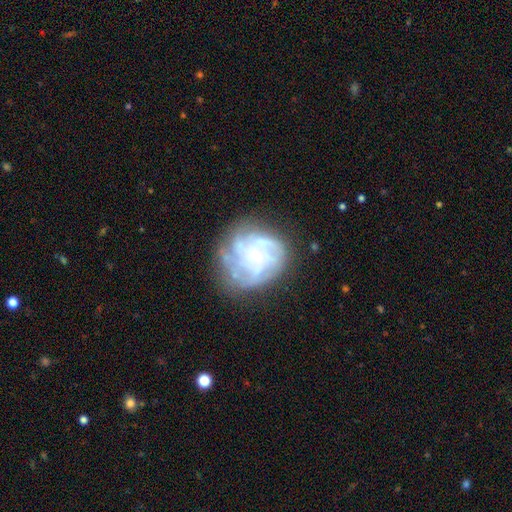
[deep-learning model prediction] smooth_or_featured: featured or disk (p=0.75) [alt: smooth p=0.16]
disk_edge_on: no (p=0.98) [alt: yes p=0.02]
bar: no (p=0.77) [alt: weak p=0.20]
has_spiral_arms: yes (p=0.78) [alt: no p=0.22]
spiral_winding: tight (p=0.53) [alt: medium p=0.32]
spiral_arm_count: can't tell (p=0.38) [alt: 4 p=0.23]
bulge_size: small (p=0.72) [alt: moderate p=0.22]
merging: none (p=0.63) [alt: minor disturbance p=0.20]